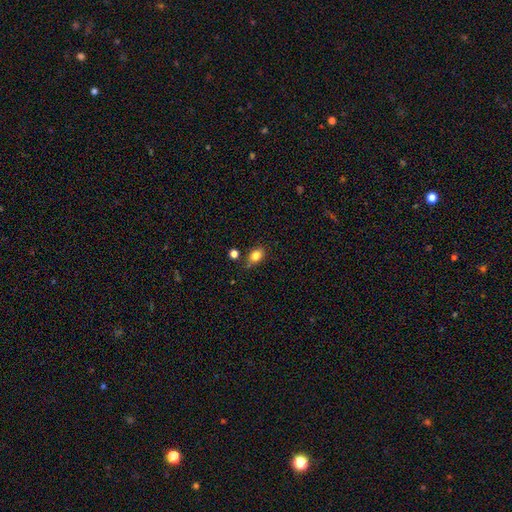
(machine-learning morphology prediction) Q: Smooth or featured?
A: smooth (82%); runner-up: star or artifact (10%)
Q: How rounded?
A: in between (68%); runner-up: round (31%)
Q: Merging?
A: none (74%); runner-up: minor disturbance (15%)